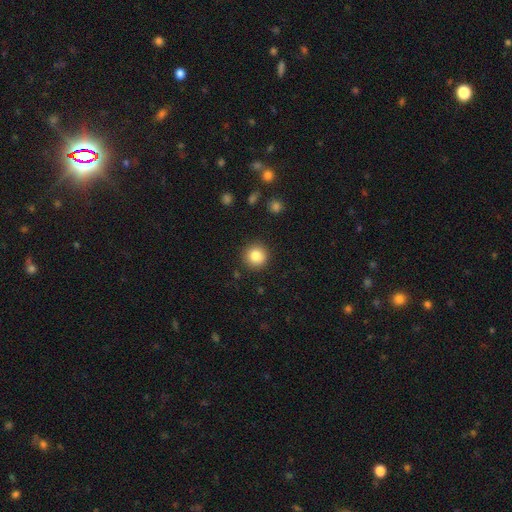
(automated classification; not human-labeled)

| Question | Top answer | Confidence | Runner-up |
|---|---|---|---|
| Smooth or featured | smooth | 85% | star or artifact (10%) |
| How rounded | round | 95% | in between (4%) |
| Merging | none | 90% | minor disturbance (6%) |